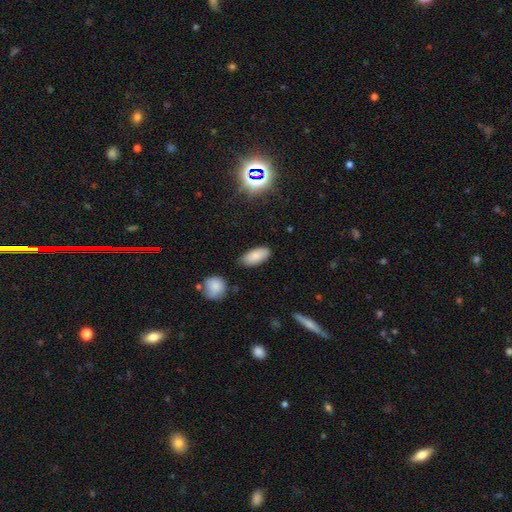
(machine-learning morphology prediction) This appears to be a smooth galaxy with no disk features (85%) that is in between round and cigar-shaped (91%). Merging: none (83%).